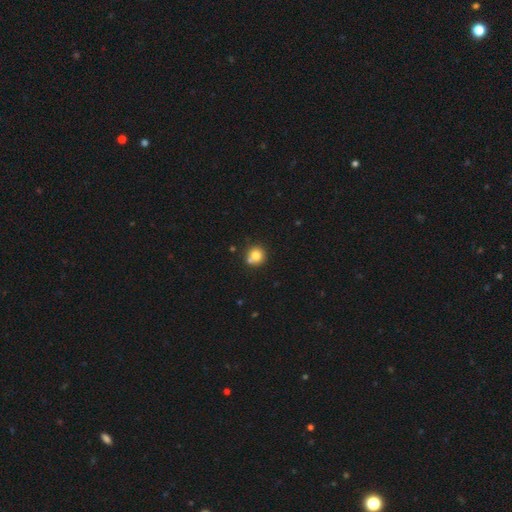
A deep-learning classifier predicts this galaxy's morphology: A smooth galaxy with no disk features (78%) that is round (91%). Merging: none (66%).